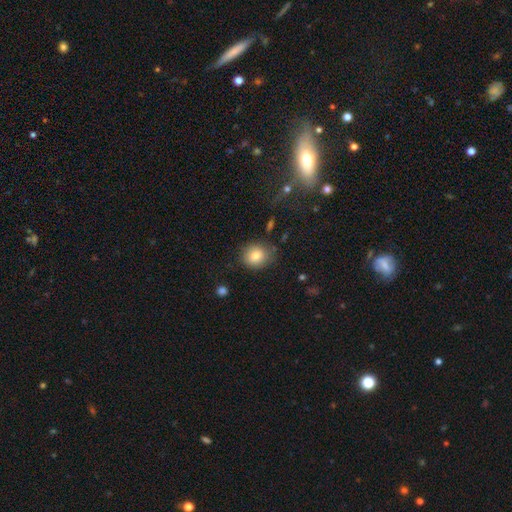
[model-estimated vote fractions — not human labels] Smooth or featured? smooth (81%)
How rounded? round (80%)
Merging? none (81%)